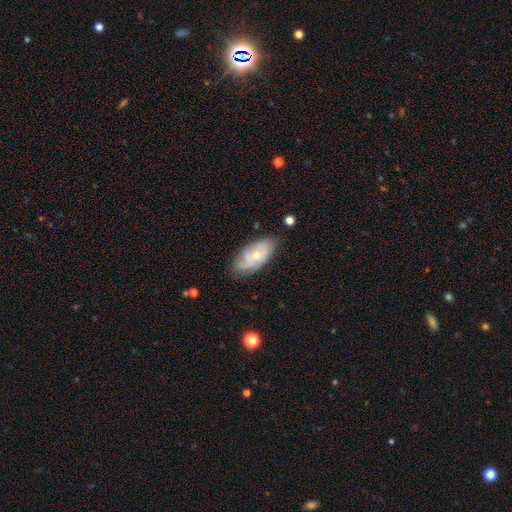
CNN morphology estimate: The model was most divided on "smooth or featured": featured or disk: 55%, smooth: 38%, star or artifact: 7%. More confident: edge-on disk — no (91%); merging — none (68%).